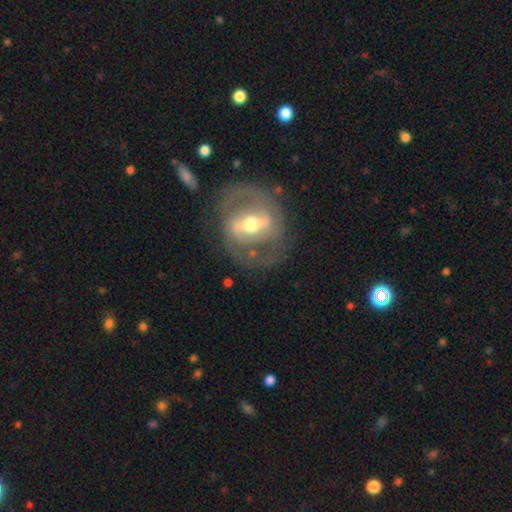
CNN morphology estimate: The model was most divided on "bar": strong: 49%, weak: 35%, no: 16%. More confident: edge-on disk — no (93%); smooth or featured — featured or disk (77%); merging — none (73%); bulge size — moderate (67%); spiral arms — yes (65%).